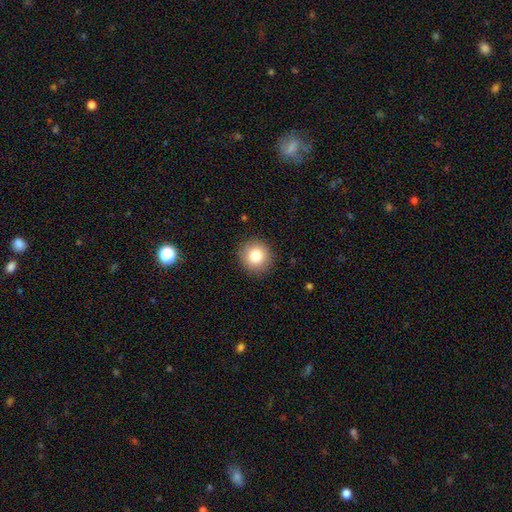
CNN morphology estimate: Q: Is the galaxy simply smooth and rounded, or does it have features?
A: smooth — 82%.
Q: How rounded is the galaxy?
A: round — 91%.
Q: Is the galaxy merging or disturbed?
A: none — 90%.